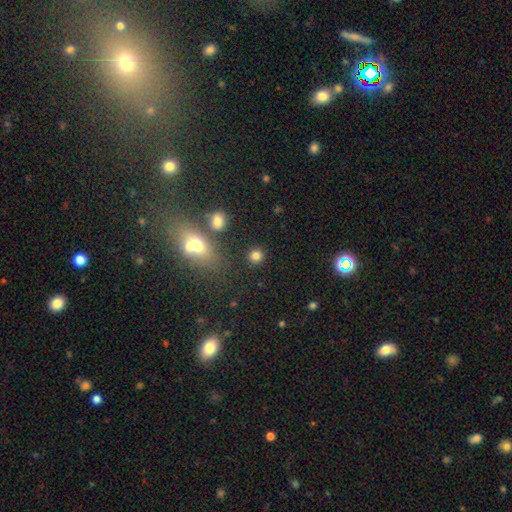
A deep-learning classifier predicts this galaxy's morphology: Smooth or featured? smooth (82%)
How rounded? round (87%)
Merging? none (86%)